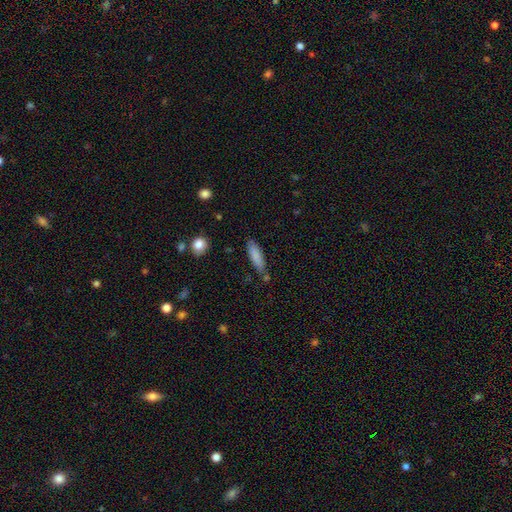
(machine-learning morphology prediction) The model was most divided on "how rounded": cigar-shaped: 62%, in between: 36%, round: 2%. More confident: smooth or featured — smooth (84%); merging — none (73%).